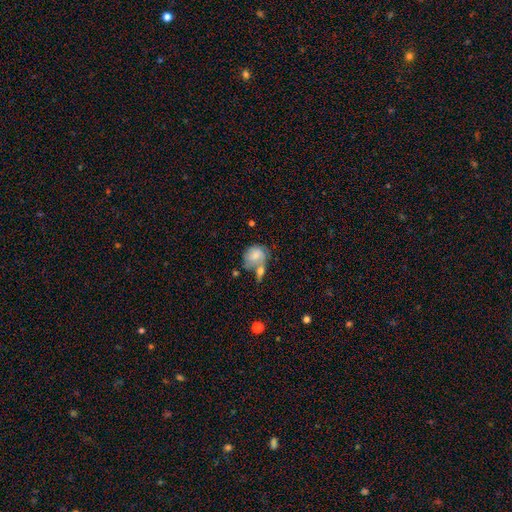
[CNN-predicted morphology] smooth_or_featured: smooth (p=0.67) [alt: featured or disk p=0.25]
how_rounded: round (p=0.52) [alt: in between p=0.47]
merging: merger (p=0.38) [alt: none p=0.30]